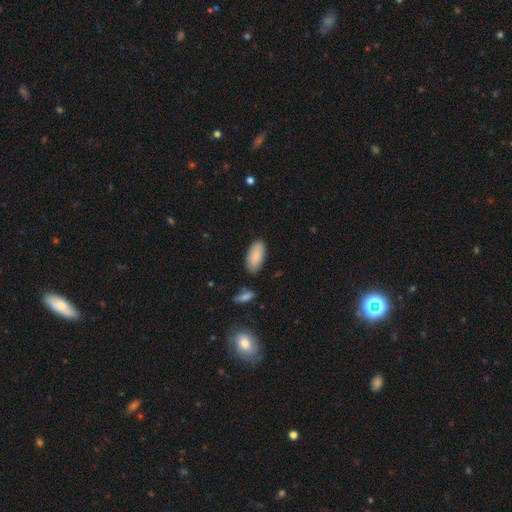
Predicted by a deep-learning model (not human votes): A smooth galaxy with no disk features (88%) that is in between round and cigar-shaped (92%).

Vote fractions:
- Smooth or featured? smooth: 88% / featured or disk: 7% / star or artifact: 6%
- How rounded? in between: 92% / cigar-shaped: 7% / round: 2%
- Merging? none: 84% / minor disturbance: 11% / merger: 3% / major disturbance: 2%